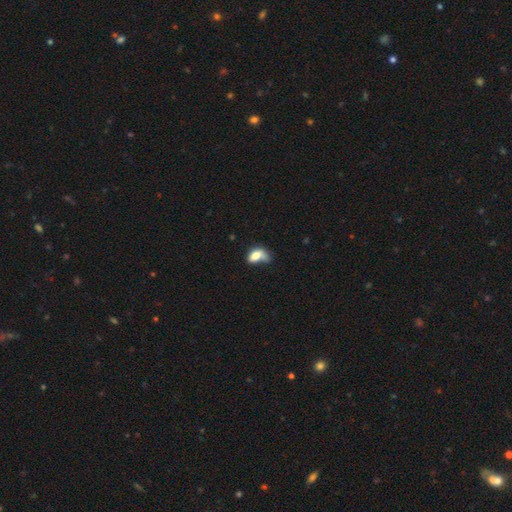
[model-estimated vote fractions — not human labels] smooth_or_featured: smooth (p=0.71) [alt: featured or disk p=0.19]
how_rounded: in between (p=0.83) [alt: round p=0.14]
merging: major disturbance (p=0.33) [alt: minor disturbance p=0.27]